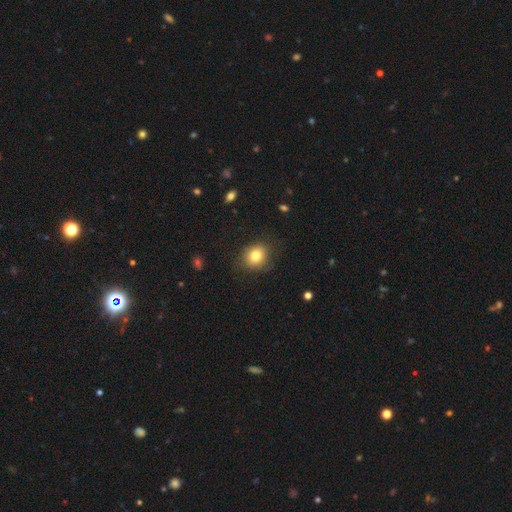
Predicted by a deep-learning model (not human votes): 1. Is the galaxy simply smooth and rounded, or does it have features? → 80% smooth, 10% star or artifact, 9% featured or disk.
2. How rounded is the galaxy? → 72% round, 28% in between, 1% cigar-shaped.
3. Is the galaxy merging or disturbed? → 79% none, 15% minor disturbance, 5% major disturbance, 1% merger.